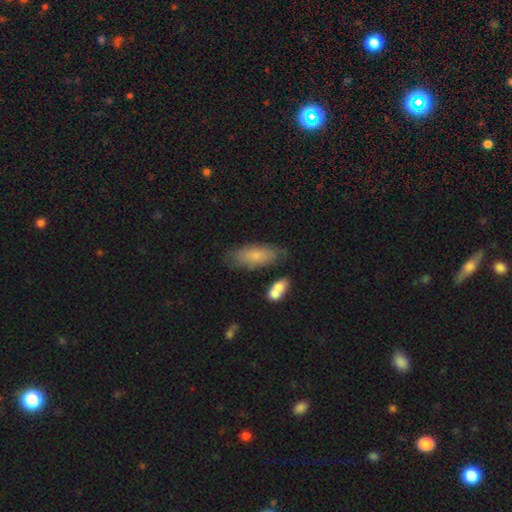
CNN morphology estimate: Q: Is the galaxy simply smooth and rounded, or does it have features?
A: smooth — 74%.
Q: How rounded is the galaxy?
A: in between — 80%.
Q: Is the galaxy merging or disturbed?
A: none — 68%.